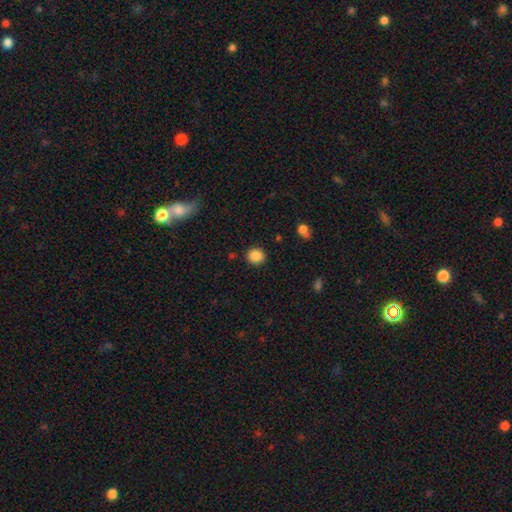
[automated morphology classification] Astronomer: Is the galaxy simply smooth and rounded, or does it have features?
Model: smooth — 87%.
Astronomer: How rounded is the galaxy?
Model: round — 84%.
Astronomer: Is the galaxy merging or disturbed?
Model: none — 89%.